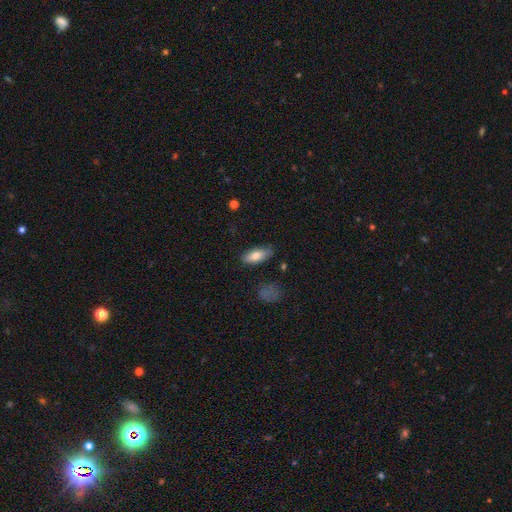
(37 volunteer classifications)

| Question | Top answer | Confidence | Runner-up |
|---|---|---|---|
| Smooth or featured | smooth | 73% | featured or disk (22%) |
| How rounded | in between | 93% | round (4%) |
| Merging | none | 86% | minor disturbance (14%) |